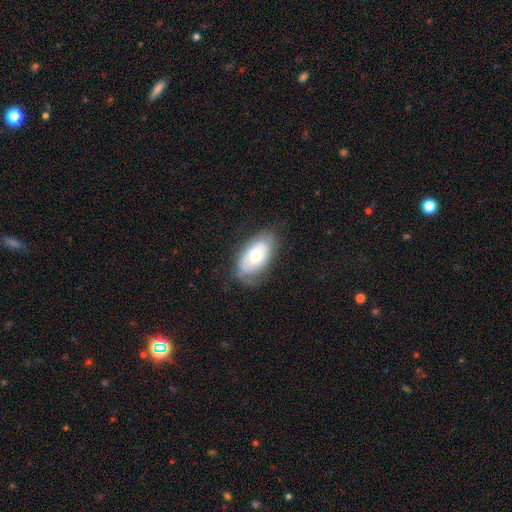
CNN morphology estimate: A smooth galaxy with no disk features (54%) that is in between round and cigar-shaped (92%). Merging: none (71%).